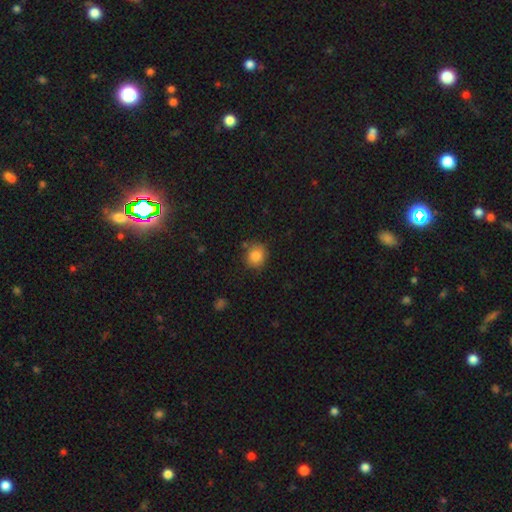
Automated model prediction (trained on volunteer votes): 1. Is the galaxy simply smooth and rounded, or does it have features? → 85% smooth, 9% star or artifact, 5% featured or disk.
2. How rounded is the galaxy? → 75% round, 24% in between, 1% cigar-shaped.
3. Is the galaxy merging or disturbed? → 76% none, 16% minor disturbance, 4% merger, 4% major disturbance.